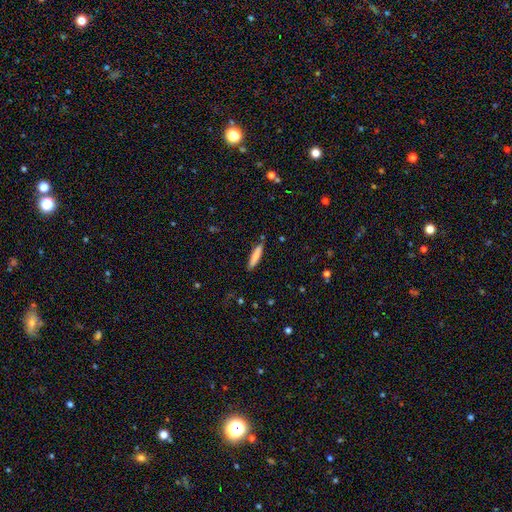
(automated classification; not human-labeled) A smooth galaxy with no disk features (80%) that is cigar-shaped (87%). Merging: none (86%).